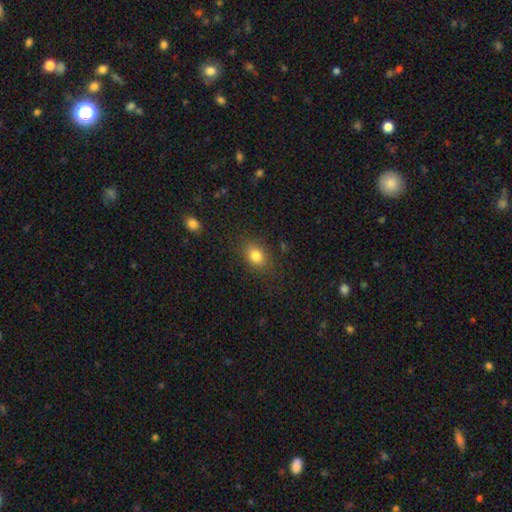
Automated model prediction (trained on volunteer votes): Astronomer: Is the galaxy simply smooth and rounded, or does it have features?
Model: smooth — 81%.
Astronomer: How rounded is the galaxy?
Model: in between — 64%.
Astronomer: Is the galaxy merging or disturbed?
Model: none — 81%.